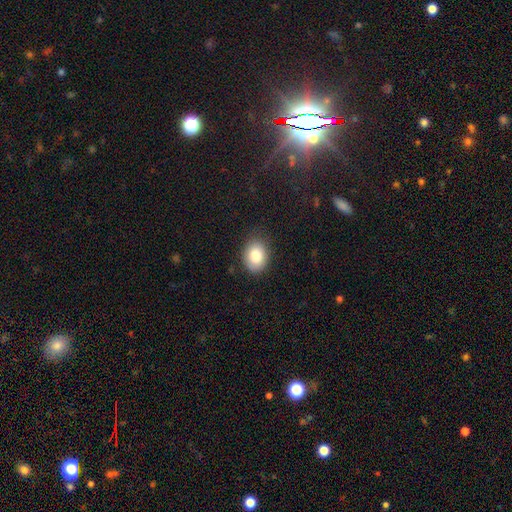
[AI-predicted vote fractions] A smooth galaxy with no disk features (84%) that is in between round and cigar-shaped (65%).

Vote fractions:
- Smooth or featured? smooth: 84% / star or artifact: 8% / featured or disk: 8%
- How rounded? in between: 65% / round: 34% / cigar-shaped: 1%
- Merging? none: 78% / minor disturbance: 17% / major disturbance: 4% / merger: 1%